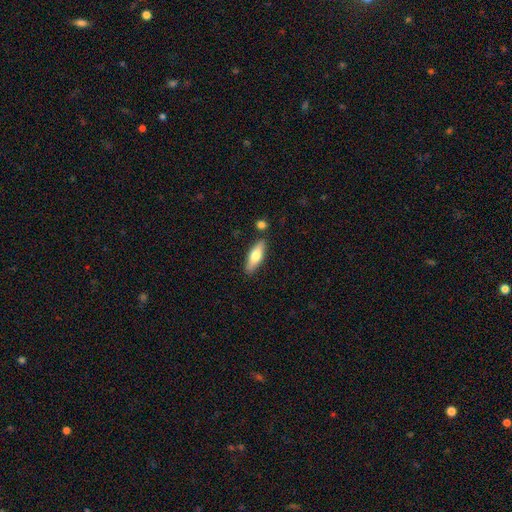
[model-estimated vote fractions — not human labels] The model was most divided on "how rounded": in between: 53%, cigar-shaped: 44%, round: 2%. More confident: merging — none (83%); smooth or featured — smooth (65%).